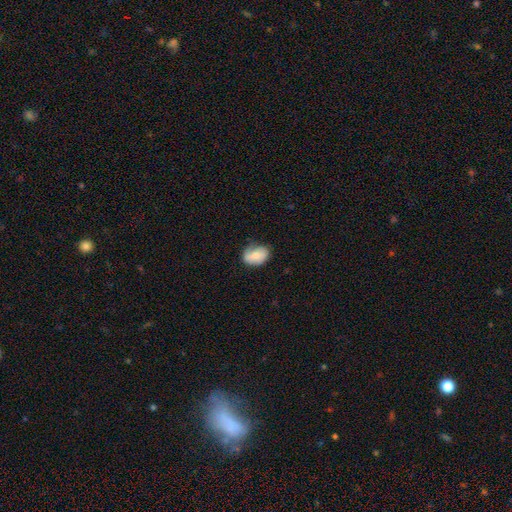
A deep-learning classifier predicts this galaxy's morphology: A smooth galaxy with no disk features (66%) that is in between round and cigar-shaped (77%).

Vote fractions:
- Smooth or featured? smooth: 66% / featured or disk: 27% / star or artifact: 7%
- How rounded? in between: 77% / round: 22% / cigar-shaped: 1%
- Merging? none: 58% / minor disturbance: 32% / major disturbance: 8% / merger: 2%